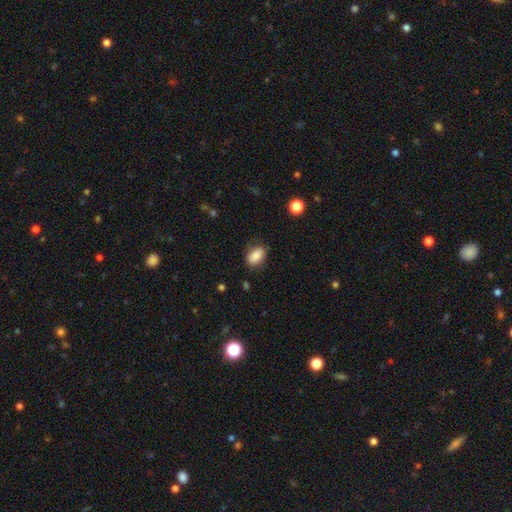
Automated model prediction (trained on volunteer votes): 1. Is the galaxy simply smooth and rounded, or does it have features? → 84% smooth, 9% featured or disk, 8% star or artifact.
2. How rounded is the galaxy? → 87% in between, 11% round, 2% cigar-shaped.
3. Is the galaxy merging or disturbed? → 75% none, 19% minor disturbance, 5% major disturbance, 2% merger.